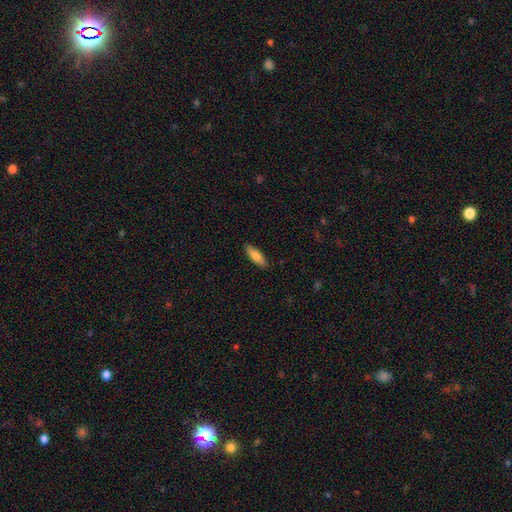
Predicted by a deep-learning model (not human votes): Overall: smooth (78%). How rounded: in between (50%; cigar-shaped 48%). Merging: none (89%).